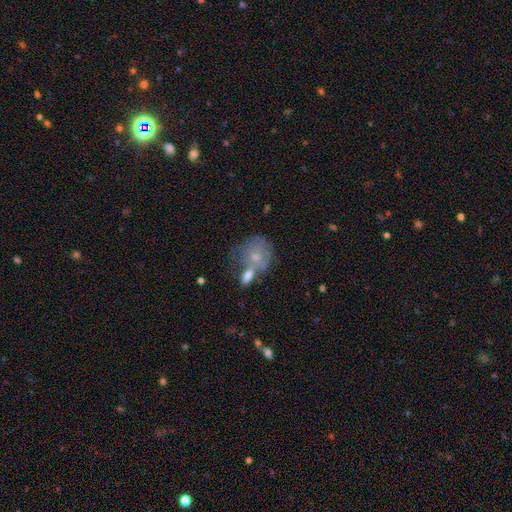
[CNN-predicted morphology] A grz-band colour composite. It shows a smooth galaxy with no disk features (57%) that is round (64%). Merging: merger (39%).